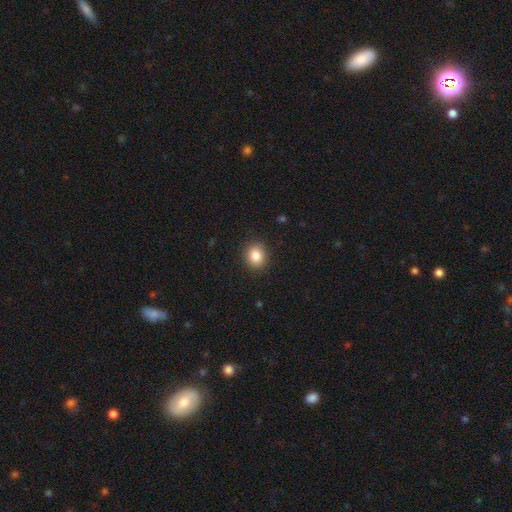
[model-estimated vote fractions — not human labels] smooth_or_featured: smooth (p=0.85) [alt: star or artifact p=0.10]
how_rounded: round (p=0.68) [alt: in between p=0.31]
merging: none (p=0.89) [alt: minor disturbance p=0.08]